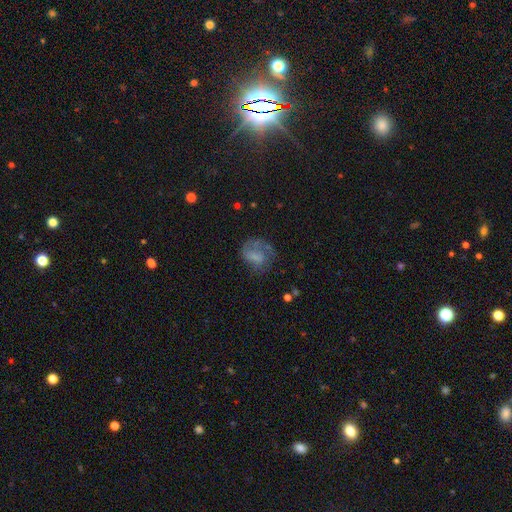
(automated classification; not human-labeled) This is possibly a featured or disk galaxy (48%). Merging: marginally none (44%).